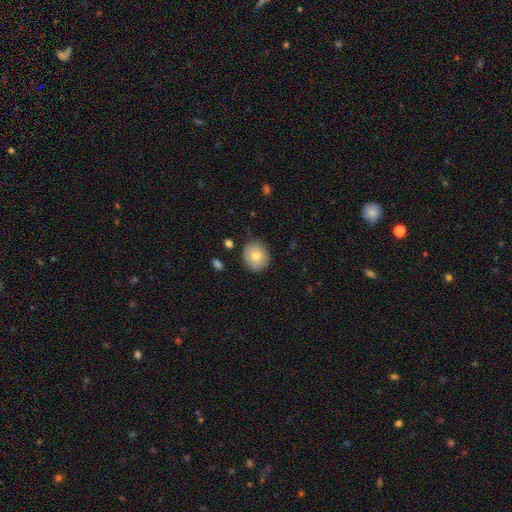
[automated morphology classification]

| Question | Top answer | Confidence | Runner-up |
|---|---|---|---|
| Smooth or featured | smooth | 78% | featured or disk (13%) |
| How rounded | round | 82% | in between (17%) |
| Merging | none | 85% | minor disturbance (11%) |